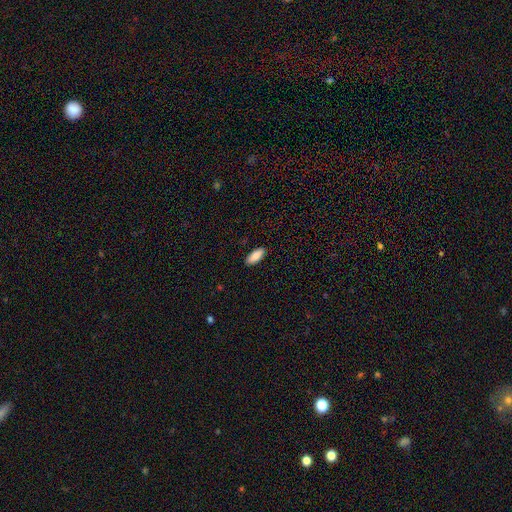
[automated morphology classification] This is clearly a smooth galaxy (87%). How rounded: clearly in between (80%). Merging: clearly none (89%).